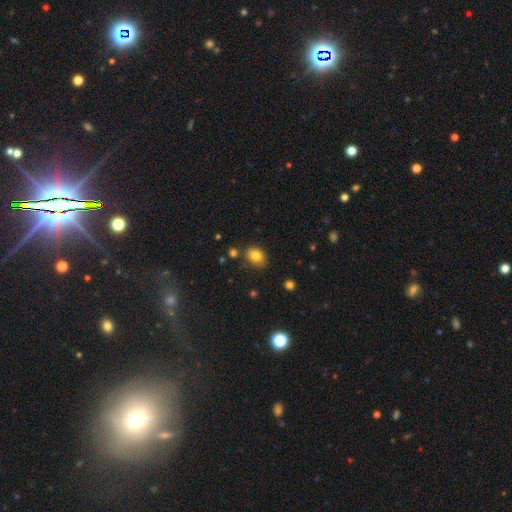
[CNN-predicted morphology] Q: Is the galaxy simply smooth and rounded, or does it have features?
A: smooth — 81%.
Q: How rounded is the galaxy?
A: in between — 55%.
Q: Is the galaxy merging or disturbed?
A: none — 78%.